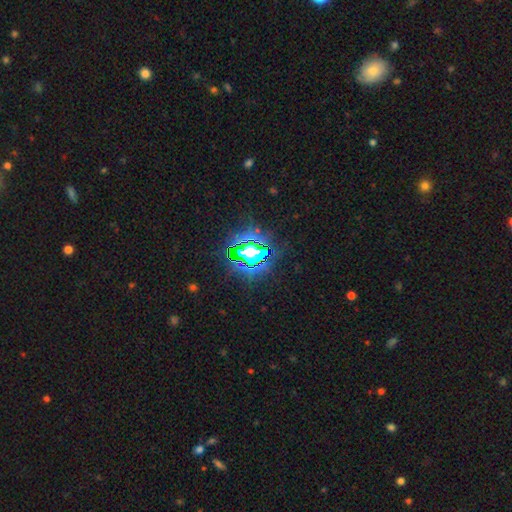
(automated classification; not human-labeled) star or artifact 72%, smooth 16%, featured or disk 12%.